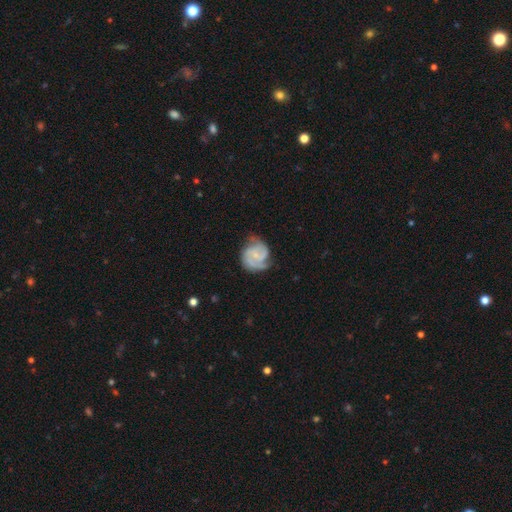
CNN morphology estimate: smooth_or_featured: featured or disk (p=0.80) [alt: smooth p=0.14]
disk_edge_on: no (p=0.98) [alt: yes p=0.02]
bar: no (p=0.63) [alt: weak p=0.31]
has_spiral_arms: yes (p=0.95) [alt: no p=0.05]
spiral_winding: medium (p=0.44) [alt: tight p=0.42]
spiral_arm_count: 2 (p=0.60) [alt: 3 p=0.19]
bulge_size: small (p=0.70) [alt: moderate p=0.17]
merging: none (p=0.62) [alt: minor disturbance p=0.24]